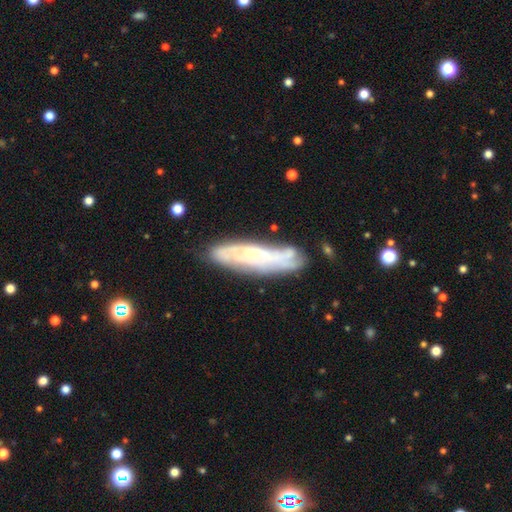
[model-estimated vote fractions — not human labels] Q: Smooth or featured?
A: featured or disk (63%); runner-up: smooth (29%)
Q: Edge-on disk?
A: no (63%); runner-up: yes (37%)
Q: Merging?
A: none (76%); runner-up: minor disturbance (16%)